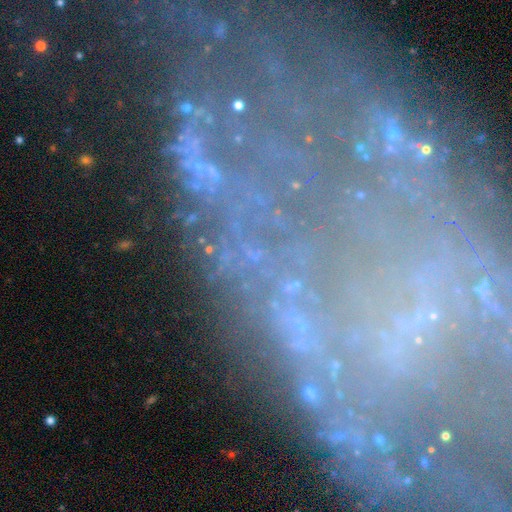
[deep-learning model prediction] Smooth or featured? Predicted: star or artifact (p=0.51).